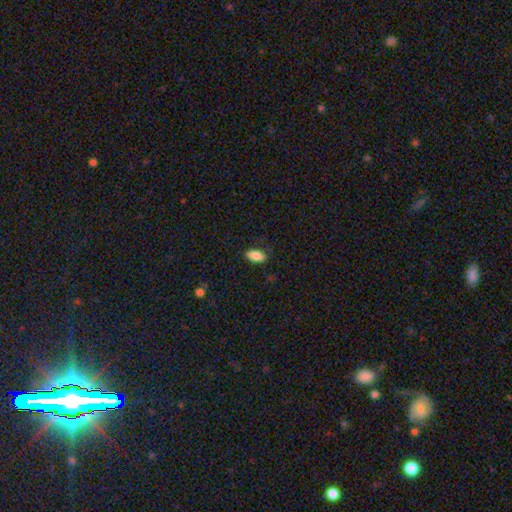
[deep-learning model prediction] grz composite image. It shows a smooth galaxy with no disk features (86%) that is in between round and cigar-shaped (87%). Merging: none (83%).